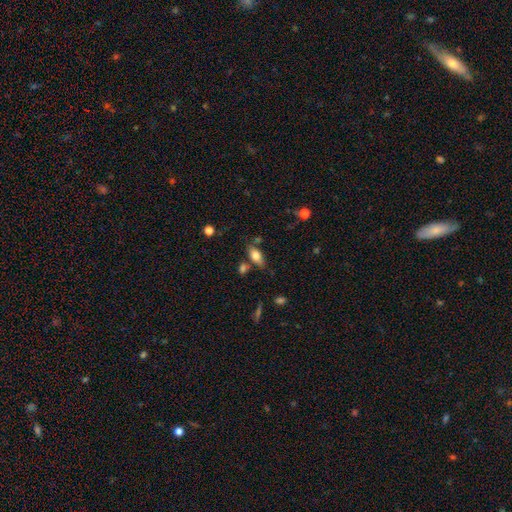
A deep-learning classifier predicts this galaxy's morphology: Smooth or featured: smooth — 77% (featured or disk — 15%)
How rounded: in between — 87% (cigar-shaped — 9%)
Merging: none — 69% (minor disturbance — 16%)